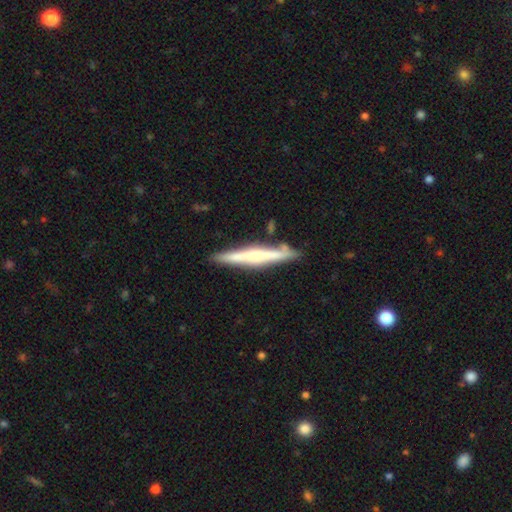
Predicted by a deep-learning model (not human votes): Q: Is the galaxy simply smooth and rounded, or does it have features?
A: featured or disk — 60%.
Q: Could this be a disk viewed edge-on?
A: yes — 96%.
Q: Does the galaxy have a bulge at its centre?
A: rounded — 57%.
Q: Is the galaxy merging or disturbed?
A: none — 82%.